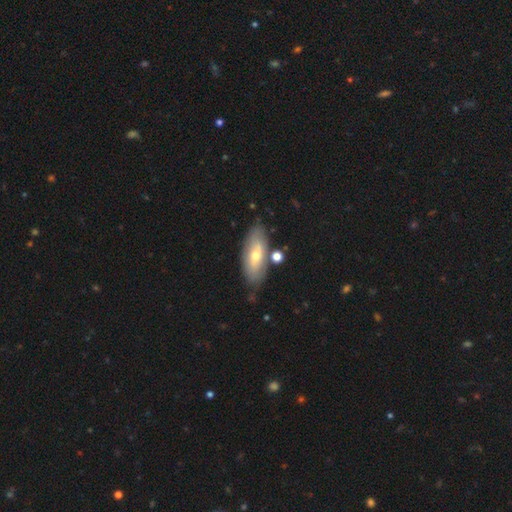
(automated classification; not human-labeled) Q: Smooth or featured?
A: smooth (54%); runner-up: featured or disk (40%)
Q: How rounded?
A: in between (77%); runner-up: cigar-shaped (20%)
Q: Merging?
A: none (75%); runner-up: minor disturbance (15%)